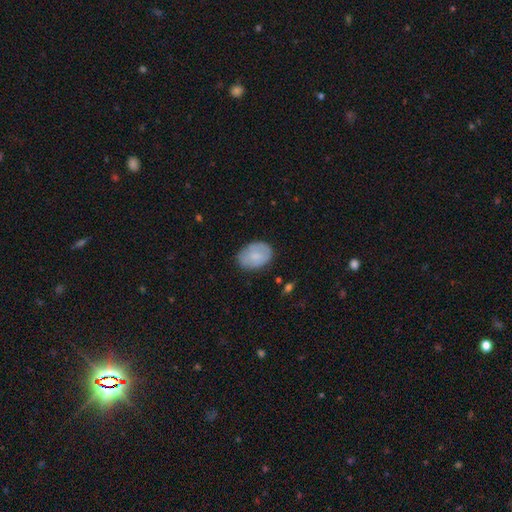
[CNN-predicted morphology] smooth_or_featured: smooth (p=0.72) [alt: featured or disk p=0.21]
how_rounded: in between (p=0.79) [alt: round p=0.20]
merging: none (p=0.75) [alt: minor disturbance p=0.19]